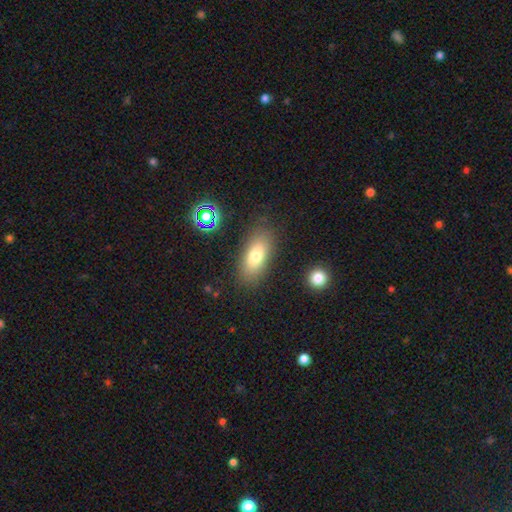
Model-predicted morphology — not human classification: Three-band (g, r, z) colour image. It shows a smooth galaxy with no disk features (75%) that is in between round and cigar-shaped (84%). Merging: none (84%).